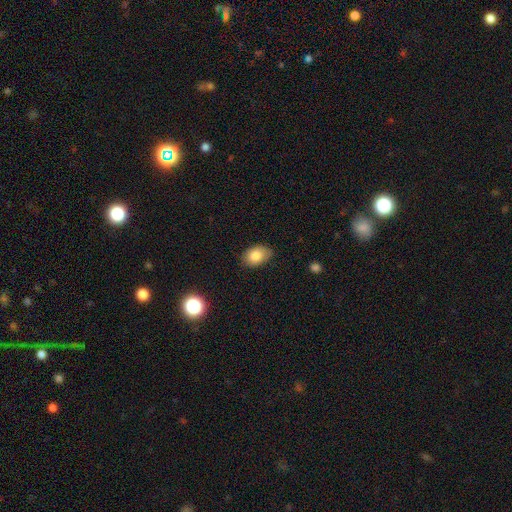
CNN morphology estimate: Smooth or featured: smooth — 82% (featured or disk — 10%)
How rounded: in between — 83% (round — 16%)
Merging: none — 78% (minor disturbance — 18%)